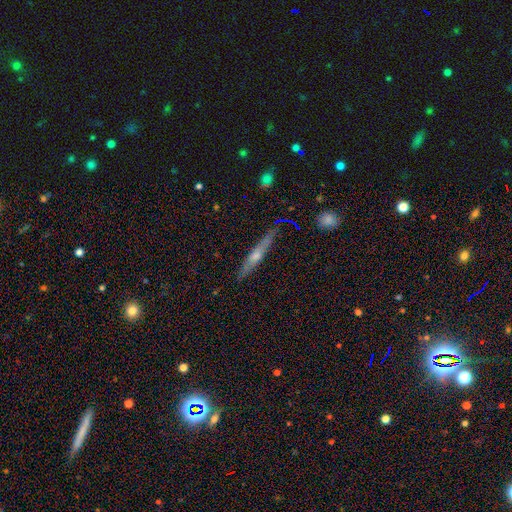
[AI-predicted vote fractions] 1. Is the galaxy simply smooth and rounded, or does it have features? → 63% featured or disk, 30% smooth, 7% star or artifact.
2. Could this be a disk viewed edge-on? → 95% yes, 5% no.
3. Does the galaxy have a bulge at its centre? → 73% rounded, 21% none, 6% boxy.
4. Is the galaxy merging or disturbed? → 82% none, 13% minor disturbance, 3% major disturbance, 2% merger.